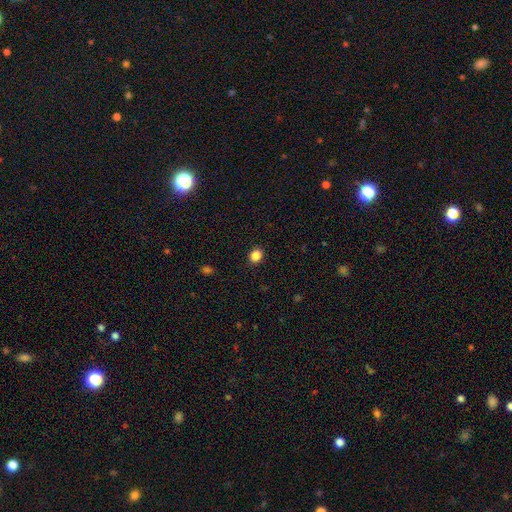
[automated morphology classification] Smooth or featured: smooth — 86% (star or artifact — 11%)
How rounded: round — 62% (in between — 37%)
Merging: none — 90% (minor disturbance — 7%)